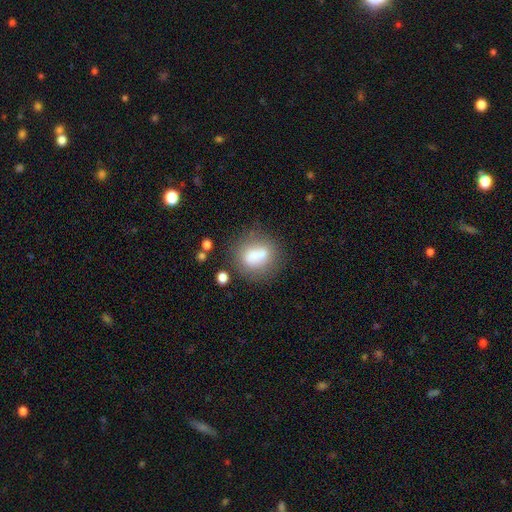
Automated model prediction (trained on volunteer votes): This is likely a smooth galaxy (72%). How rounded: possibly in between (49%, tied with round). Merging: possibly none (52%).